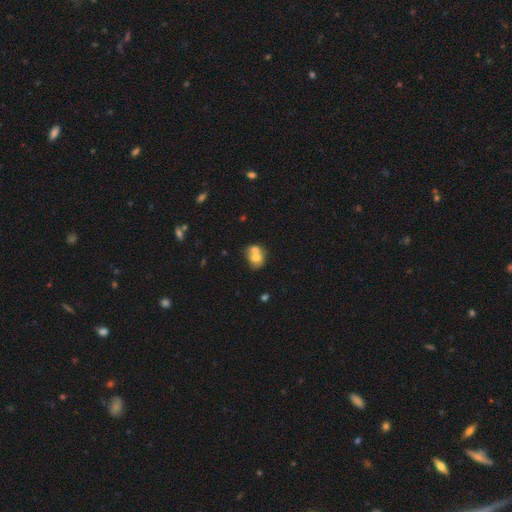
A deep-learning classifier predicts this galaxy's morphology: Overall: smooth (67%). How rounded: round (55%; in between 44%). Merging: merger (65%).